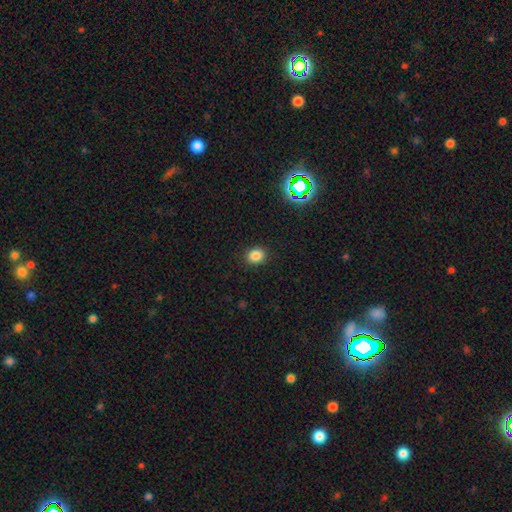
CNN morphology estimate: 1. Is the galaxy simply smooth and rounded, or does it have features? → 83% smooth, 12% star or artifact, 4% featured or disk.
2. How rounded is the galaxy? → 61% round, 38% in between, 1% cigar-shaped.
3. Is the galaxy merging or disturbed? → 90% none, 7% minor disturbance, 2% major disturbance, 1% merger.